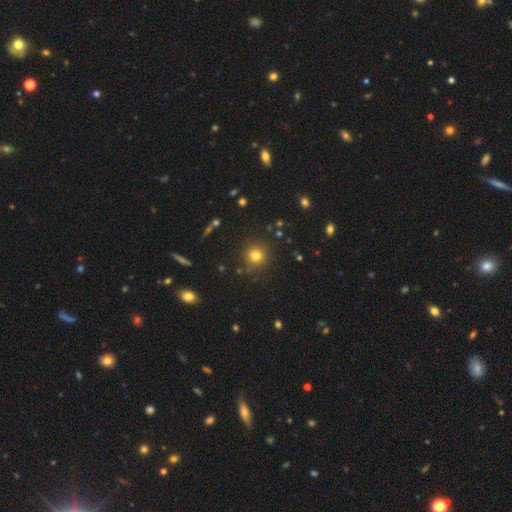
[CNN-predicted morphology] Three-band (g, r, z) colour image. It shows a smooth galaxy with no disk features (76%) that is round (94%). Merging: none (88%).